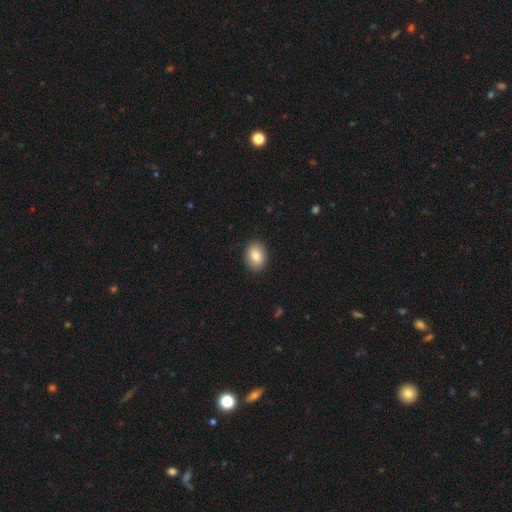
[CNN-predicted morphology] Smooth or featured? smooth (84%)
How rounded? in between (68%)
Merging? none (89%)